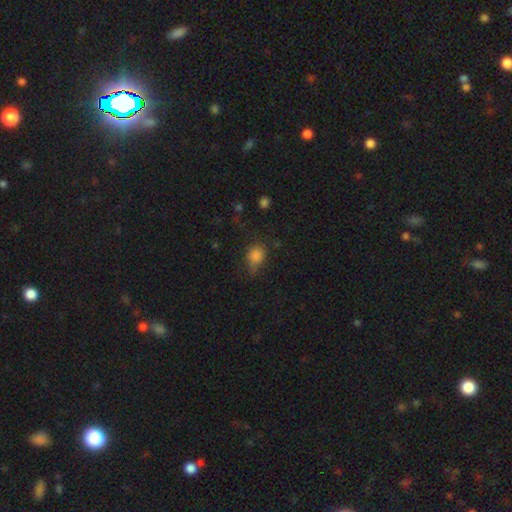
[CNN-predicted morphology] smooth_or_featured: smooth (p=0.82) [alt: star or artifact p=0.12]
how_rounded: round (p=0.61) [alt: in between p=0.37]
merging: none (p=0.54) [alt: minor disturbance p=0.33]